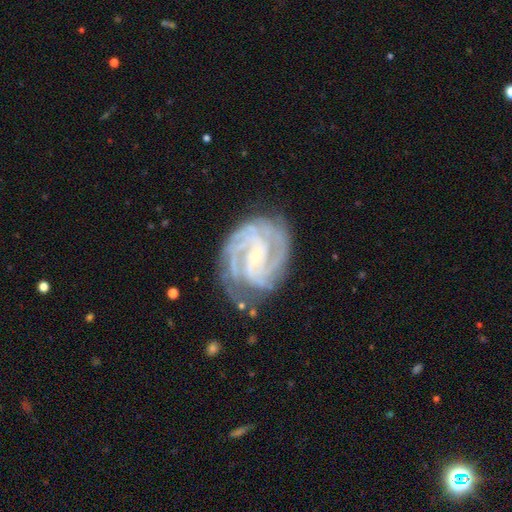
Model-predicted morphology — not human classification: The model was most divided on "bar": no: 43%, weak: 39%, strong: 18%. Remaining: spiral arms — yes (98%); edge-on disk — no (98%); smooth or featured — featured or disk (91%); bulge size — small (82%); merging — none (73%); spiral winding — tight (64%); spiral arm count — 3 (32%).